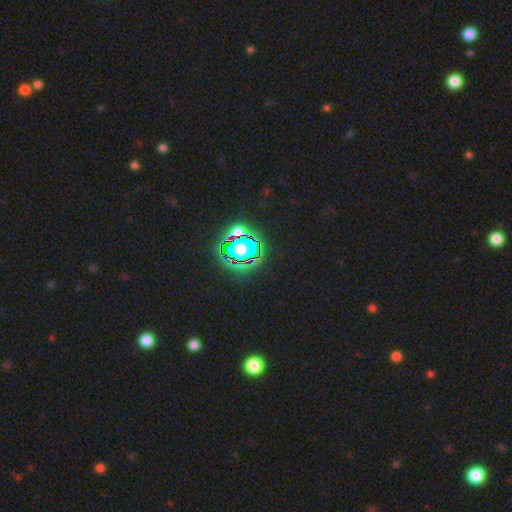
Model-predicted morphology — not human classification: Smooth or featured? Predicted: star or artifact (p=0.84).